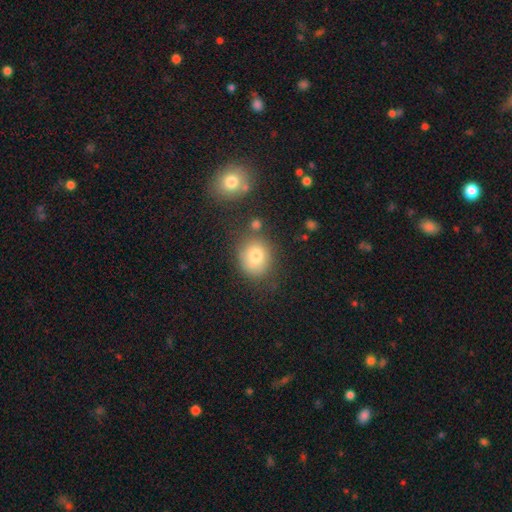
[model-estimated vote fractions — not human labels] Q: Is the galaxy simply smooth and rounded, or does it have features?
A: smooth — 74%.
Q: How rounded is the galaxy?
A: round — 70%.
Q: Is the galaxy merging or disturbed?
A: none — 64%.